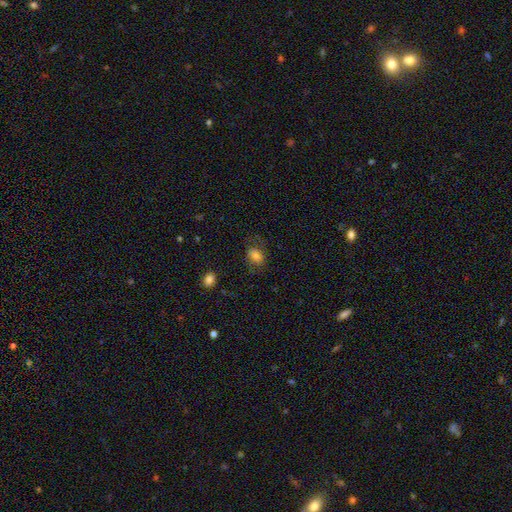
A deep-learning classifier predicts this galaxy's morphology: Smooth or featured? smooth (72%)
How rounded? in between (69%)
Merging? none (66%)